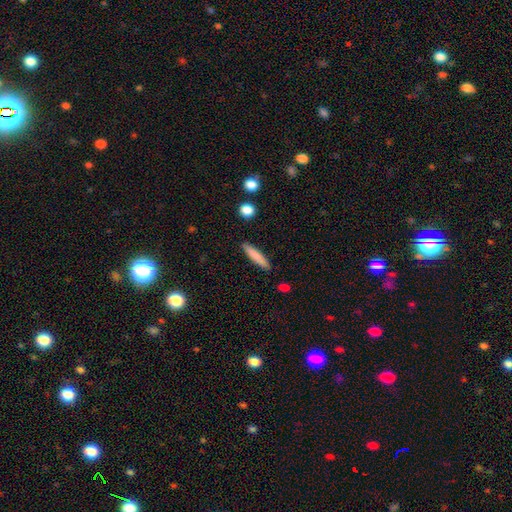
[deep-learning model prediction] Smooth or featured? smooth (80%)
How rounded? cigar-shaped (90%)
Merging? none (89%)